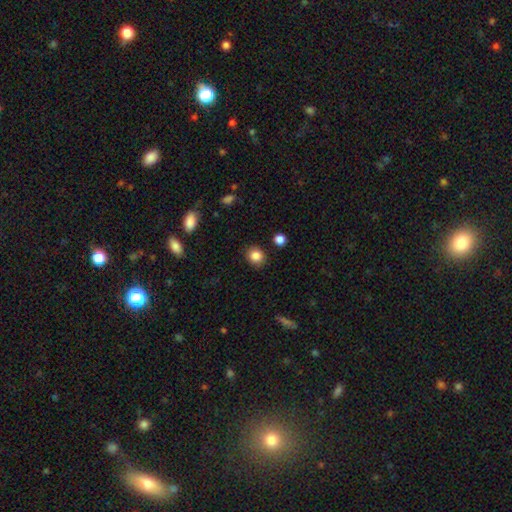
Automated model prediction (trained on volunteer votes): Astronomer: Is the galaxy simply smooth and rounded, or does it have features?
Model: smooth — 85%.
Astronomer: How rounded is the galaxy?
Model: round — 76%.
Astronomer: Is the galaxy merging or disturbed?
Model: none — 88%.